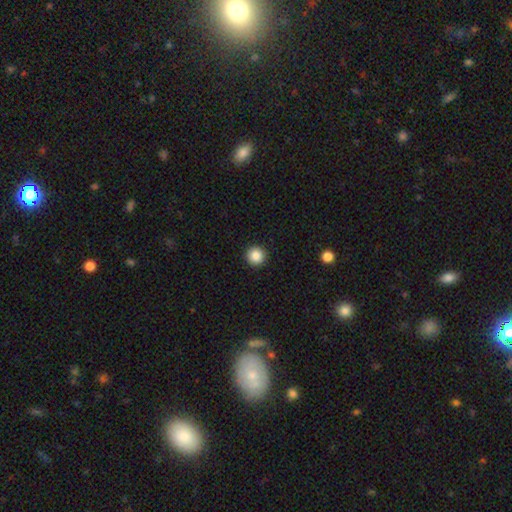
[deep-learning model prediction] This is clearly a smooth galaxy (87%). How rounded: clearly round (96%). Merging: clearly none (94%).